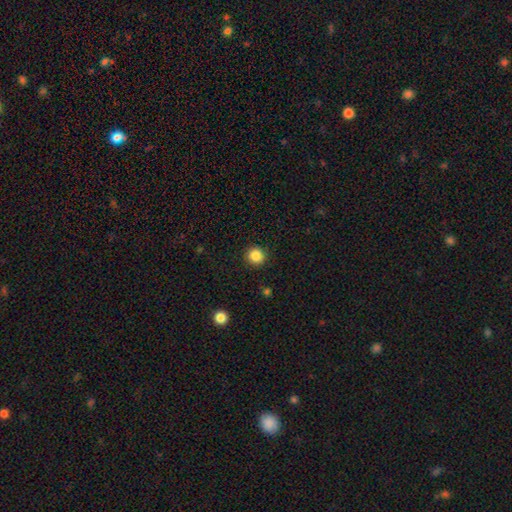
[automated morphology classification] This is clearly a smooth galaxy (86%). How rounded: clearly round (93%). Merging: clearly none (92%).